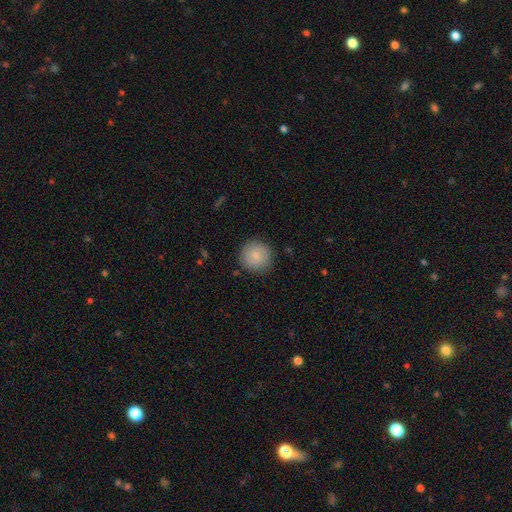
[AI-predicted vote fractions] Smooth or featured: smooth — 82% (featured or disk — 12%)
How rounded: round — 94% (in between — 5%)
Merging: none — 87% (minor disturbance — 10%)